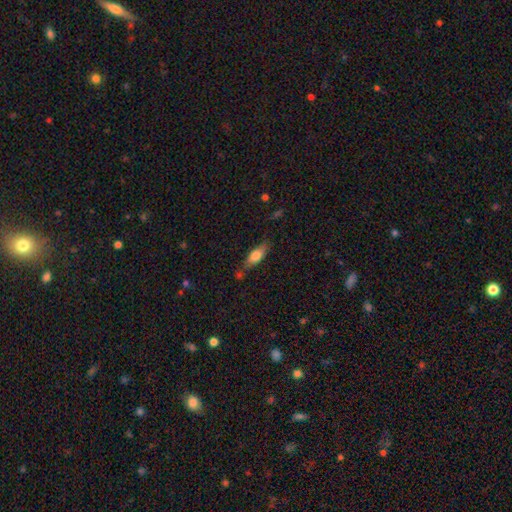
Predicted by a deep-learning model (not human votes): Overall: smooth (71%). How rounded: in between (61%; cigar-shaped 37%). Merging: none (66%).